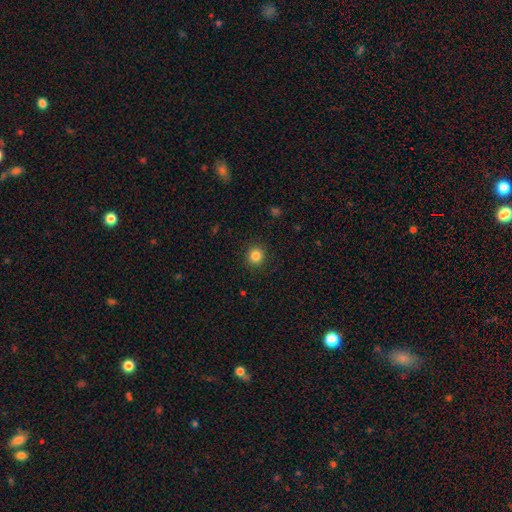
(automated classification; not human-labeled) Smooth or featured?
  - smooth: 84% *
  - star or artifact: 11%
  - featured or disk: 4%
How rounded?
  - round: 91% *
  - in between: 8%
  - cigar-shaped: 1%
Merging?
  - none: 91% *
  - minor disturbance: 6%
  - major disturbance: 2%
  - merger: 1%